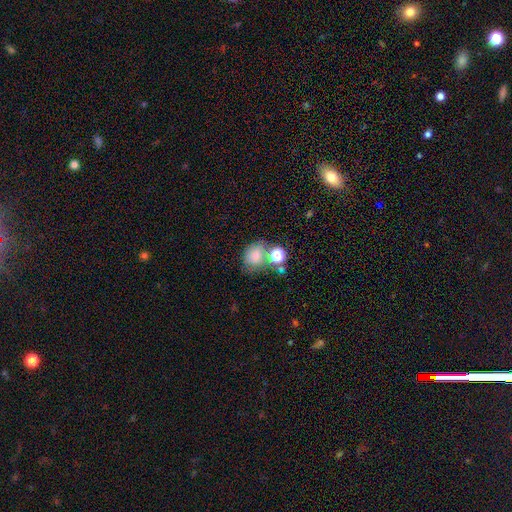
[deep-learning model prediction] Smooth or featured? Predicted: smooth (p=0.72). How rounded? Predicted: round (p=0.54). Merging? Predicted: none (p=0.49).